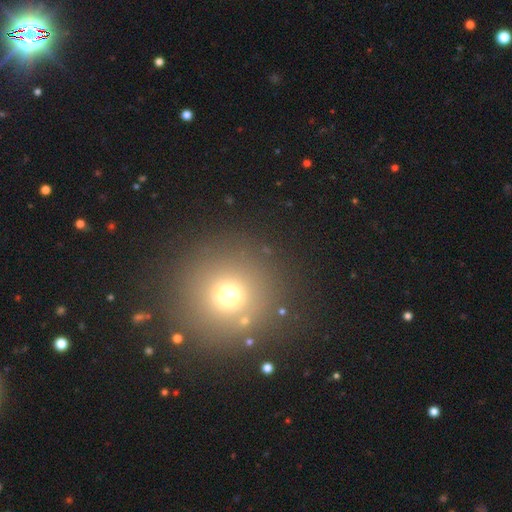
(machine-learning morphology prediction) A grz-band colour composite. It shows a smooth galaxy with no disk features (60%) that is round (94%). Merging: none (89%).